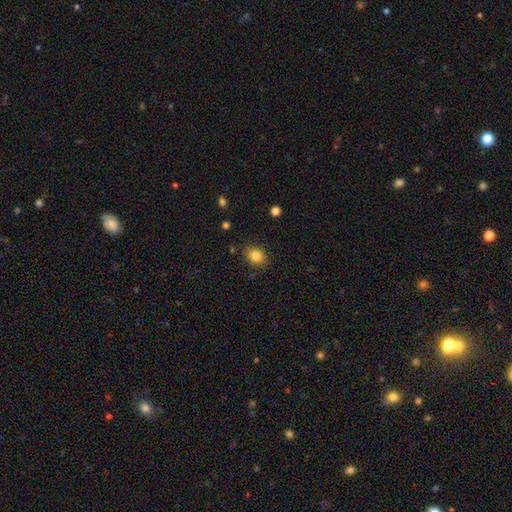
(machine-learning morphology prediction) Q: Smooth or featured?
A: smooth (83%); runner-up: star or artifact (10%)
Q: How rounded?
A: round (51%); runner-up: in between (48%)
Q: Merging?
A: none (84%); runner-up: minor disturbance (11%)